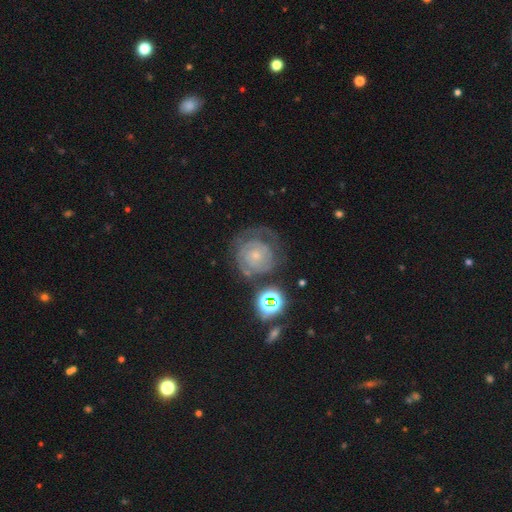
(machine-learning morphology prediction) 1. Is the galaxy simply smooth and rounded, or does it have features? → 72% featured or disk, 18% smooth, 9% star or artifact.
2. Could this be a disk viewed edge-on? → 98% no, 2% yes.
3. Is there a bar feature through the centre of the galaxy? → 78% no, 18% weak, 4% strong.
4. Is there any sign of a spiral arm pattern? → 86% yes, 14% no.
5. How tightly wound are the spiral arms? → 71% tight, 22% medium, 7% loose.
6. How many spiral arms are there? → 43% can't tell, 28% 2, 12% 3, 8% 1, 5% 4, 4% more than 4.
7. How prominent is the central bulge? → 71% small, 20% moderate, 6% none, 2% large, 1% dominant.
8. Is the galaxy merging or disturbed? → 56% none, 20% minor disturbance, 18% major disturbance, 6% merger.